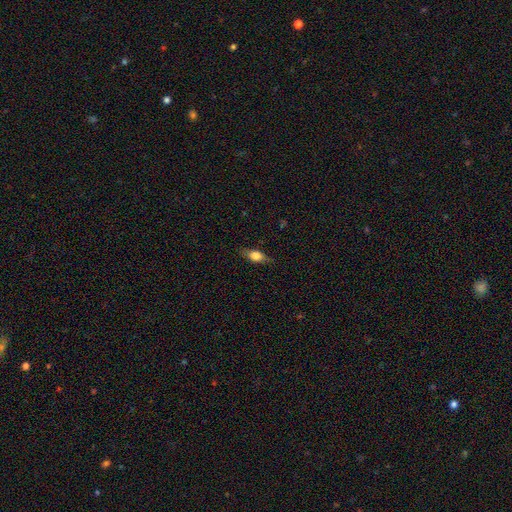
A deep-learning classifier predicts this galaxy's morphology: This is likely a smooth galaxy (64%). How rounded: likely in between (71%). Merging: clearly none (80%).